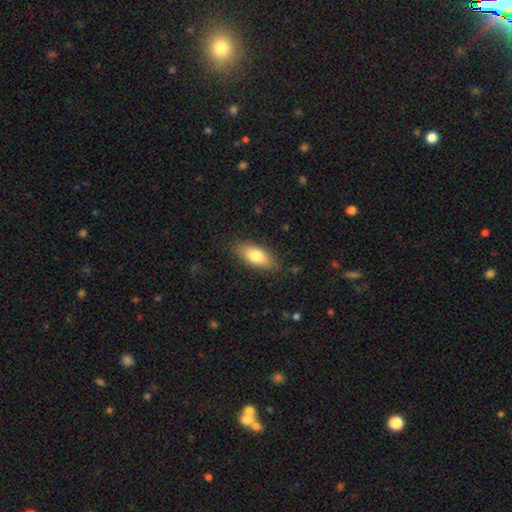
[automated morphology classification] Smooth or featured? smooth (77%)
How rounded? in between (81%)
Merging? none (82%)